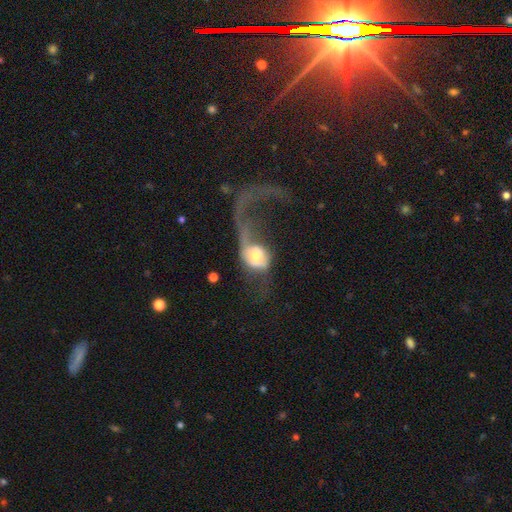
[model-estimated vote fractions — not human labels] The model was most divided on "smooth or featured": featured or disk: 48%, smooth: 44%, star or artifact: 7%. More confident: merging — major disturbance (72%).